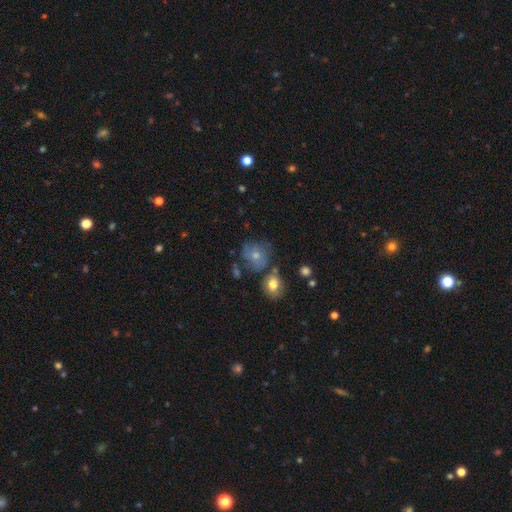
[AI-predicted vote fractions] smooth_or_featured: smooth (p=0.62) [alt: featured or disk p=0.28]
how_rounded: round (p=0.77) [alt: in between p=0.22]
merging: none (p=0.55) [alt: minor disturbance p=0.23]